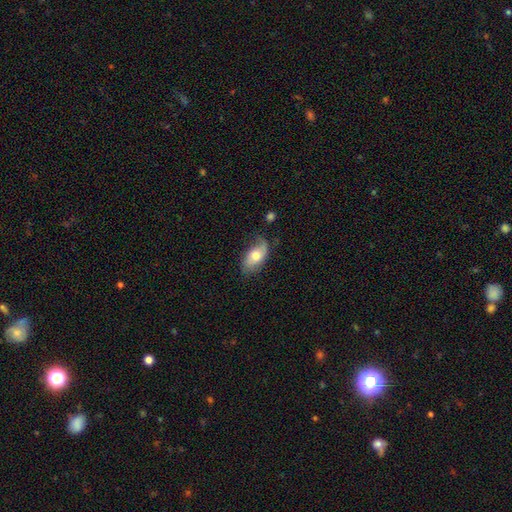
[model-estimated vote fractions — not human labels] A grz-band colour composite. It shows a smooth galaxy with no disk features (61%) that is in between round and cigar-shaped (91%). Merging: none (58%).